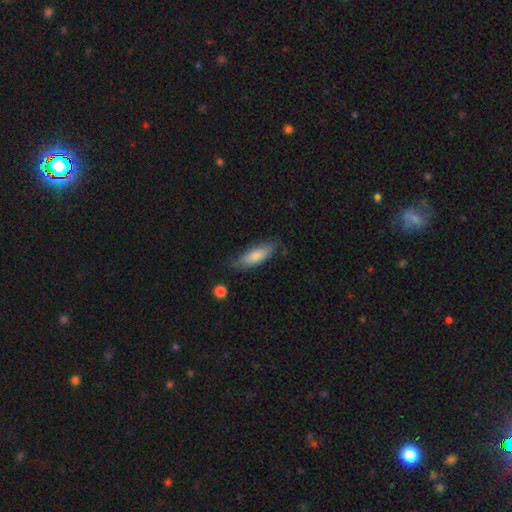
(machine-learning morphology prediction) Overall: smooth (80%). How rounded: in between (56%; cigar-shaped 42%). Merging: none (74%).